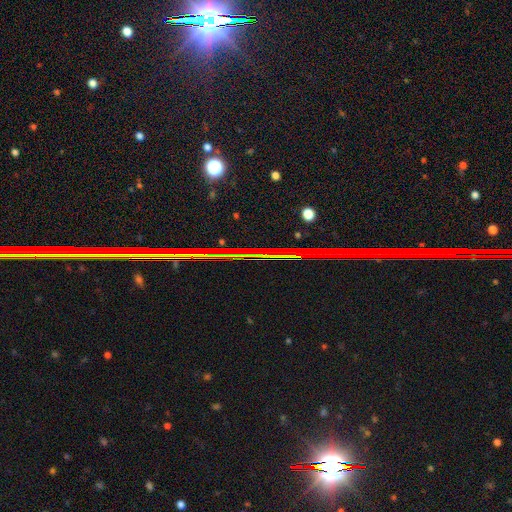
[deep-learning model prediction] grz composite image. It shows a star or artifact, not a galaxy (84%).